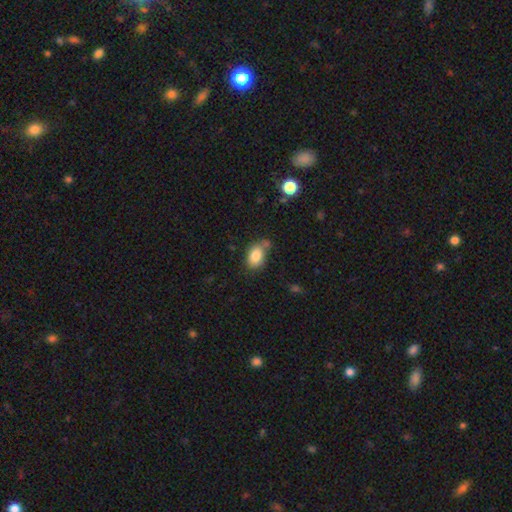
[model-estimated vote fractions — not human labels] A smooth galaxy with no disk features (84%) that is in between round and cigar-shaped (84%).

Vote fractions:
- Smooth or featured? smooth: 84% / star or artifact: 9% / featured or disk: 8%
- How rounded? in between: 84% / round: 15% / cigar-shaped: 1%
- Merging? none: 60% / minor disturbance: 22% / merger: 12% / major disturbance: 6%